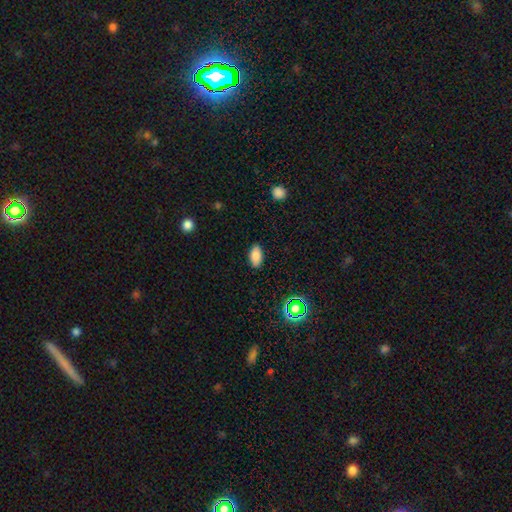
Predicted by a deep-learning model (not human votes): A smooth galaxy with no disk features (84%) that is in between round and cigar-shaped (93%).

Vote fractions:
- Smooth or featured? smooth: 84% / star or artifact: 9% / featured or disk: 7%
- How rounded? in between: 93% / round: 4% / cigar-shaped: 3%
- Merging? none: 87% / minor disturbance: 9% / major disturbance: 2% / merger: 1%